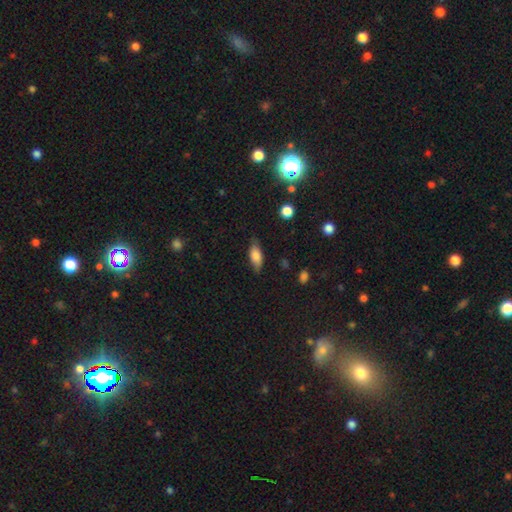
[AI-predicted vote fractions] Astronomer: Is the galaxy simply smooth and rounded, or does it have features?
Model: smooth — 76%.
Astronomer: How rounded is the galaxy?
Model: in between — 78%.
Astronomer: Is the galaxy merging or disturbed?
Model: none — 77%.